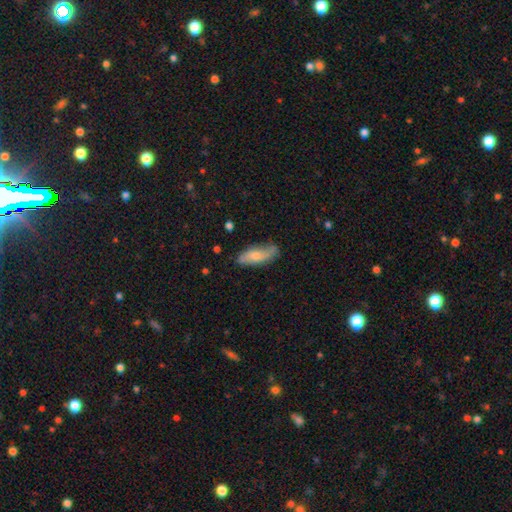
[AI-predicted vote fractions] Smooth or featured?
  - smooth: 60% *
  - featured or disk: 34%
  - star or artifact: 6%
How rounded?
  - in between: 69% *
  - cigar-shaped: 29%
  - round: 3%
Merging?
  - none: 68% *
  - minor disturbance: 24%
  - major disturbance: 5%
  - merger: 2%